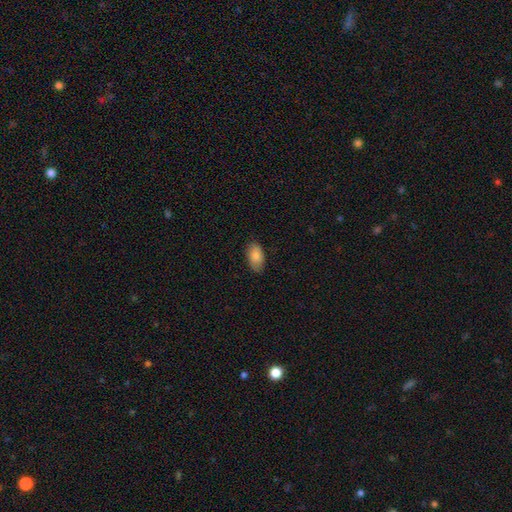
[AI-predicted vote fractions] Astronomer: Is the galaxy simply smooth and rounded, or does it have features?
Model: smooth — 85%.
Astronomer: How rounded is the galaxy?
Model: in between — 93%.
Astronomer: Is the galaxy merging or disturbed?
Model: none — 83%.